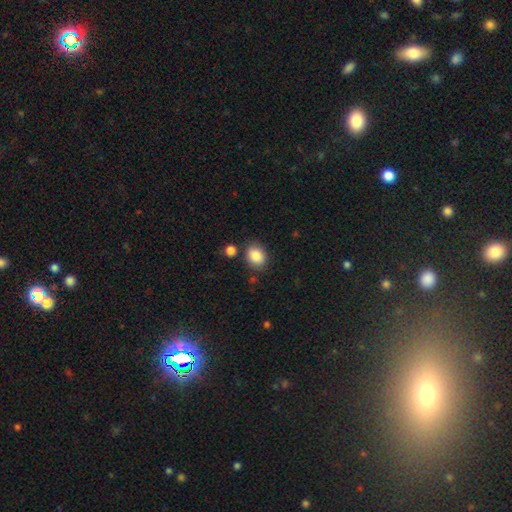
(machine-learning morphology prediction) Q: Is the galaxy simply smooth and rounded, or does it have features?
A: smooth — 87%.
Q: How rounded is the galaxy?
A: in between — 59%.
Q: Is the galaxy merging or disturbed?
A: none — 79%.